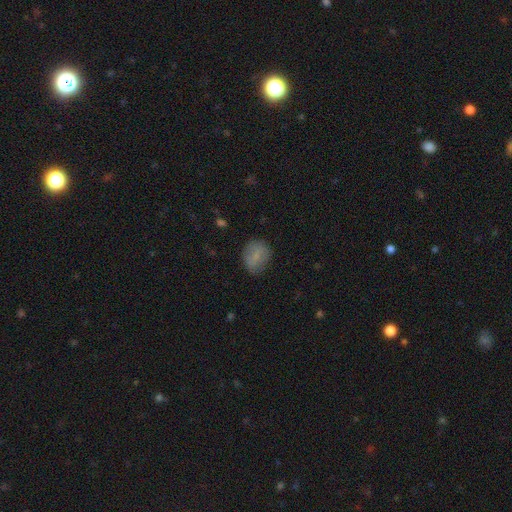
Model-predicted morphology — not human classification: A smooth galaxy with no disk features (74%) that is round (52%).

Vote fractions:
- Smooth or featured? smooth: 74% / featured or disk: 17% / star or artifact: 9%
- How rounded? round: 52% / in between: 47% / cigar-shaped: 2%
- Merging? none: 72% / minor disturbance: 20% / major disturbance: 6% / merger: 2%